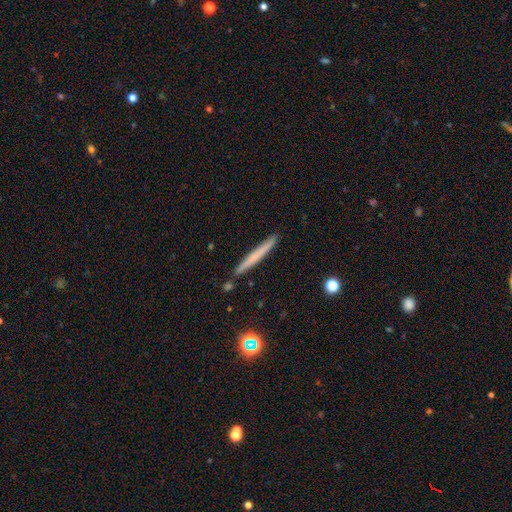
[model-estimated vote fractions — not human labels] Smooth or featured? smooth (59%)
How rounded? cigar-shaped (97%)
Merging? none (89%)